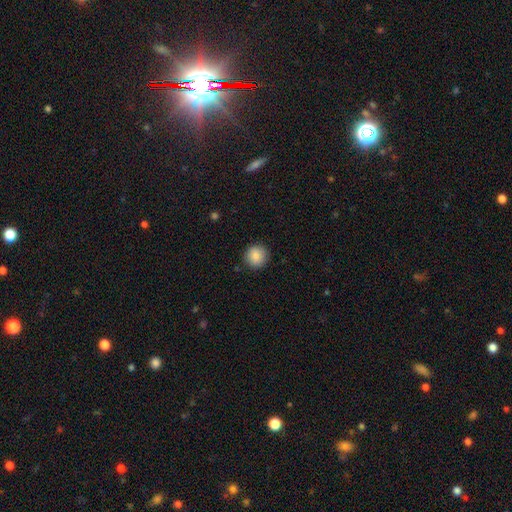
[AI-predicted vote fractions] smooth_or_featured: smooth (p=0.87) [alt: star or artifact p=0.08]
how_rounded: round (p=0.94) [alt: in between p=0.05]
merging: none (p=0.90) [alt: minor disturbance p=0.07]